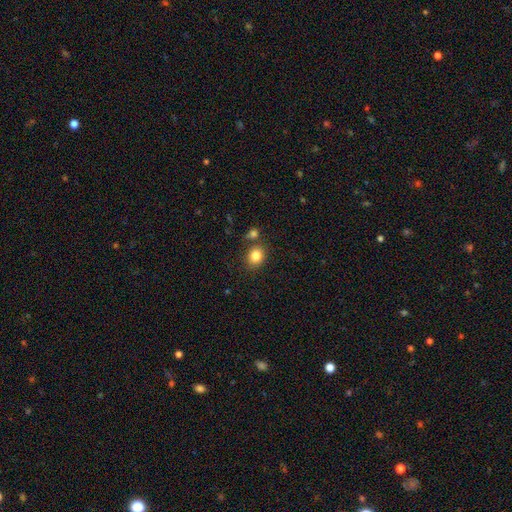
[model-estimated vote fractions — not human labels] Smooth or featured? smooth (83%)
How rounded? round (60%)
Merging? none (72%)